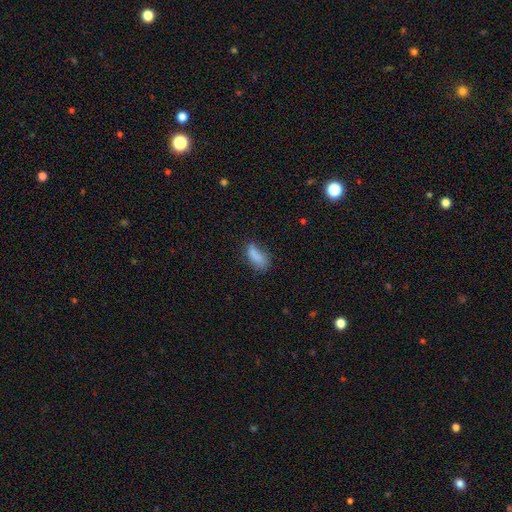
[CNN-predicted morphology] smooth 80%, featured or disk 10%, star or artifact 10%. Down the decision tree: how rounded — in between (82%); merging — none (50%).